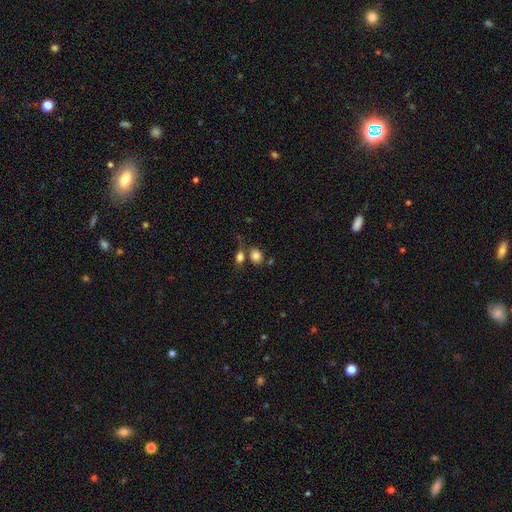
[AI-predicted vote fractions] Smooth or featured? Predicted: smooth (p=0.82). How rounded? Predicted: in between (p=0.54). Merging? Predicted: none (p=0.50).